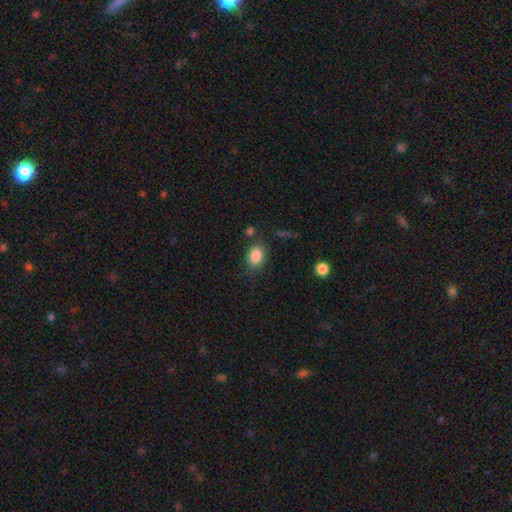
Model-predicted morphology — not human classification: This appears to be a smooth galaxy with no disk features (86%) that is in between round and cigar-shaped (69%). Merging: none (76%).